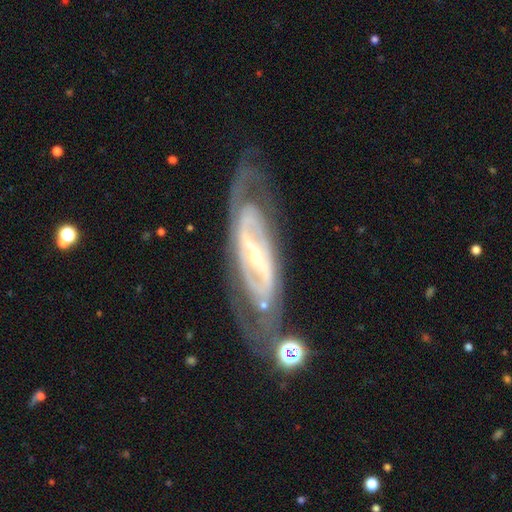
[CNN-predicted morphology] type=featured or disk (87%); edge-on=no (87%); bar=strong (54%); spiral arms=yes (89%); winding=tight (47%); arm count=2 (70%); bulge=small (76%); merging=none (70%).